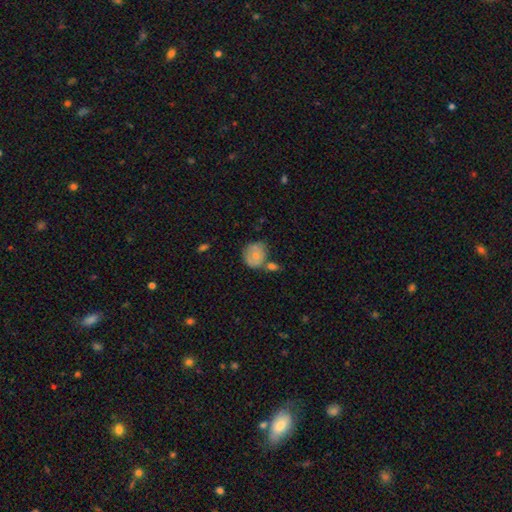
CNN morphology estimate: This appears to be a smooth galaxy with no disk features (62%) that is round (72%). Merging: none (44%).